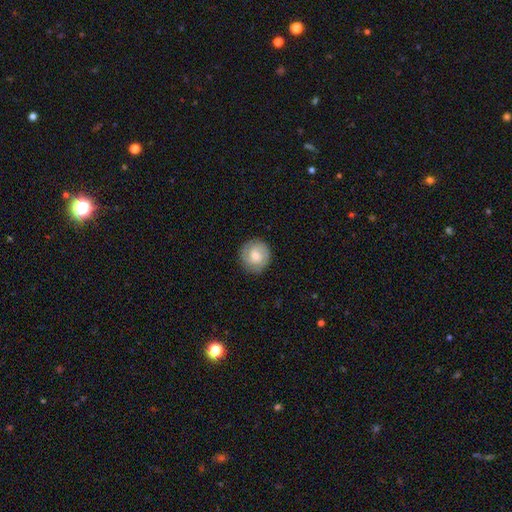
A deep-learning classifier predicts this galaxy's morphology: smooth_or_featured: featured or disk (p=0.50) [alt: smooth p=0.43]
disk_edge_on: no (p=0.98) [alt: yes p=0.02]
merging: none (p=0.86) [alt: minor disturbance p=0.10]